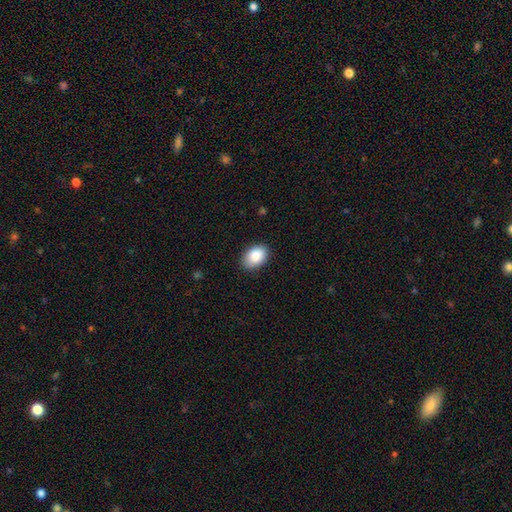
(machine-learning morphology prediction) smooth_or_featured: smooth (p=0.89) [alt: star or artifact p=0.07]
how_rounded: in between (p=0.87) [alt: round p=0.12]
merging: none (p=0.86) [alt: minor disturbance p=0.11]